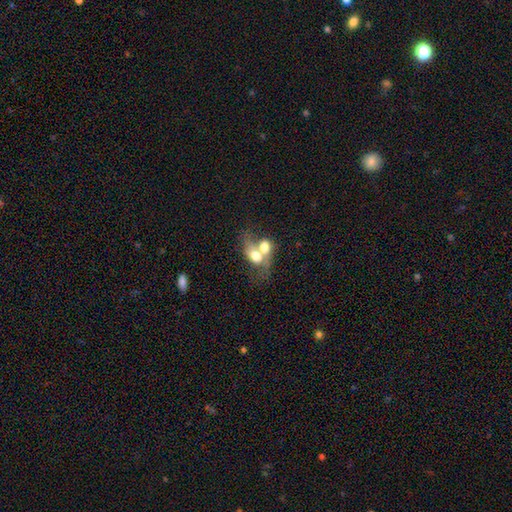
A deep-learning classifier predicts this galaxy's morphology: This appears to be a smooth galaxy with no disk features (56%) that is in between round and cigar-shaped (69%). Merging: merger (74%).